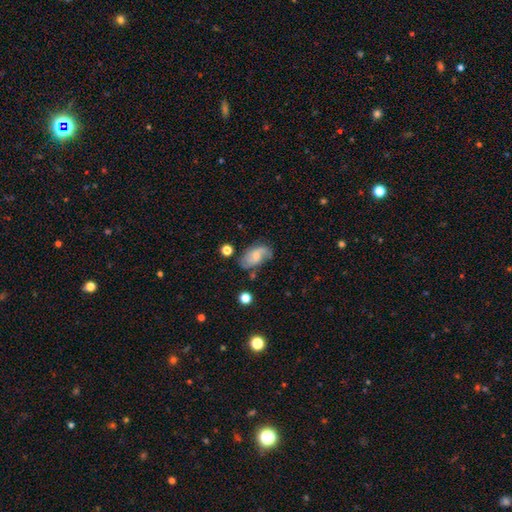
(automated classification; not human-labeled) A featured or disk galaxy (53%) with no bar (66%), spiral arms (83%) and a small central bulge (57%). Merging: none (56%).